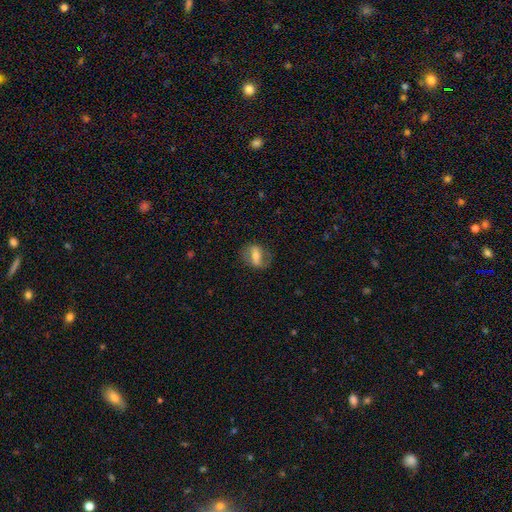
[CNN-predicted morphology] This appears to be a featured or disk galaxy (47%). Merging: none (72%).